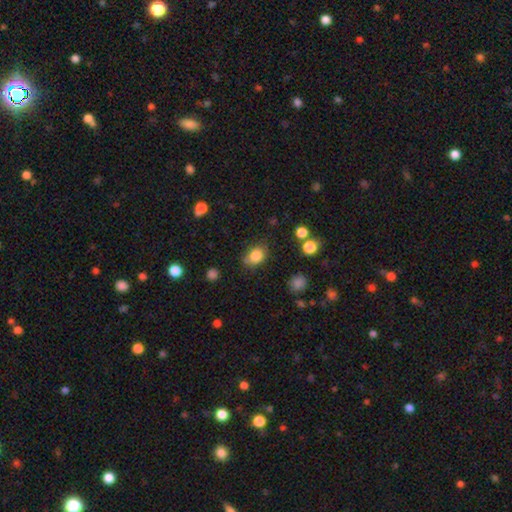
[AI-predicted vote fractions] Q: Smooth or featured?
A: smooth (83%); runner-up: star or artifact (10%)
Q: How rounded?
A: in between (62%); runner-up: round (37%)
Q: Merging?
A: none (74%); runner-up: minor disturbance (19%)